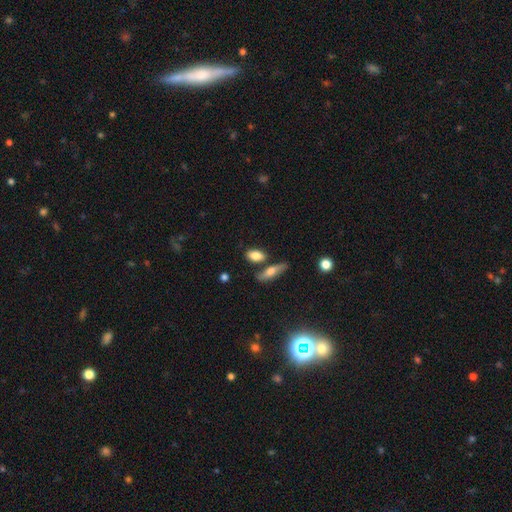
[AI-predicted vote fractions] A smooth galaxy with no disk features (80%) that is in between round and cigar-shaped (83%).

Vote fractions:
- Smooth or featured? smooth: 80% / featured or disk: 12% / star or artifact: 7%
- How rounded? in between: 83% / cigar-shaped: 10% / round: 7%
- Merging? none: 67% / merger: 17% / minor disturbance: 12% / major disturbance: 4%